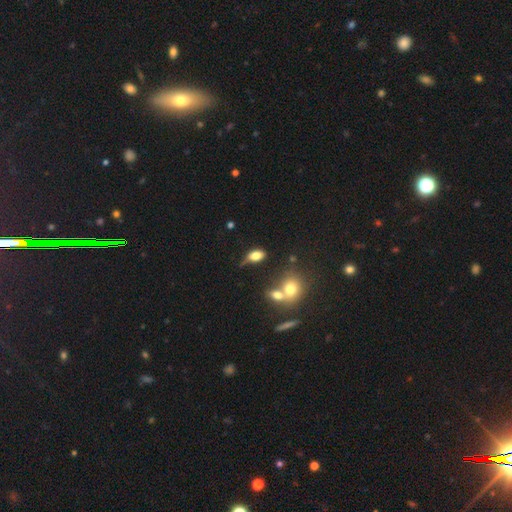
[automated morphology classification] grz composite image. It shows a smooth galaxy with no disk features (74%) that is in between round and cigar-shaped (83%). Merging: none (42%).